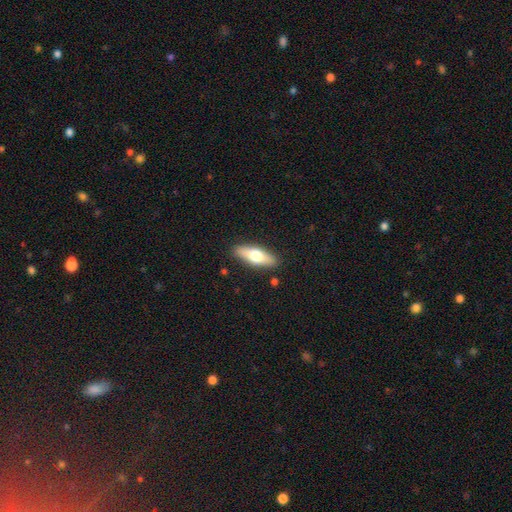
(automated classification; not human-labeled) Smooth or featured: smooth — 61% (featured or disk — 33%)
How rounded: in between — 58% (cigar-shaped — 40%)
Merging: none — 88% (minor disturbance — 9%)